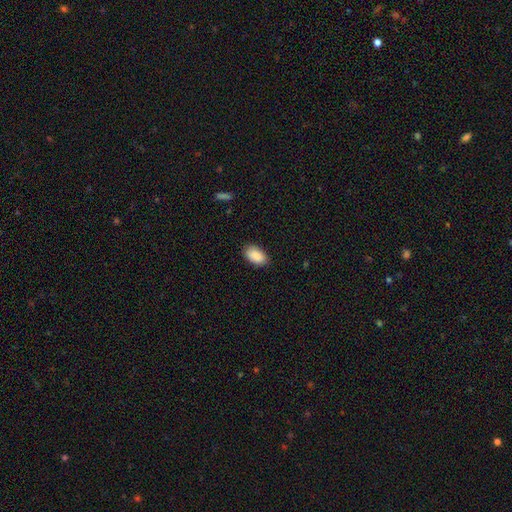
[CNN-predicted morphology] smooth_or_featured: smooth (p=0.91) [alt: star or artifact p=0.06]
how_rounded: in between (p=0.95) [alt: round p=0.04]
merging: none (p=0.87) [alt: minor disturbance p=0.10]